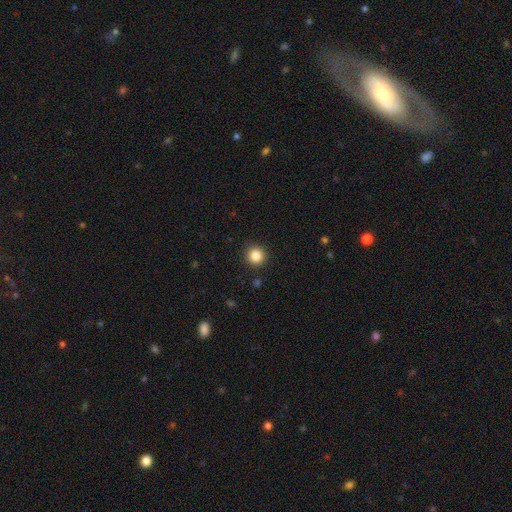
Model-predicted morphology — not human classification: Smooth or featured? smooth (85%)
How rounded? round (94%)
Merging? none (91%)